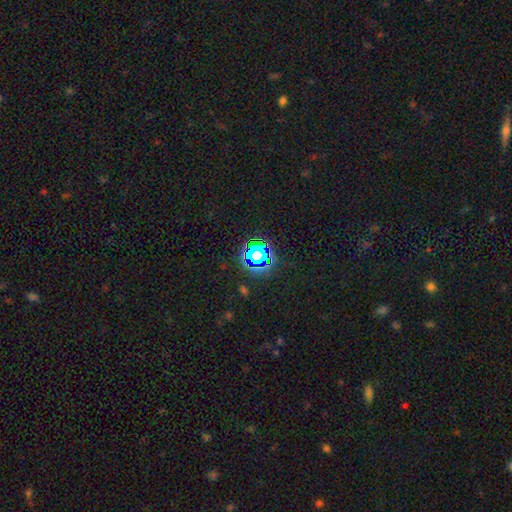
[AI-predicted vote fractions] Smooth or featured?
  - star or artifact: 70% *
  - smooth: 19%
  - featured or disk: 11%